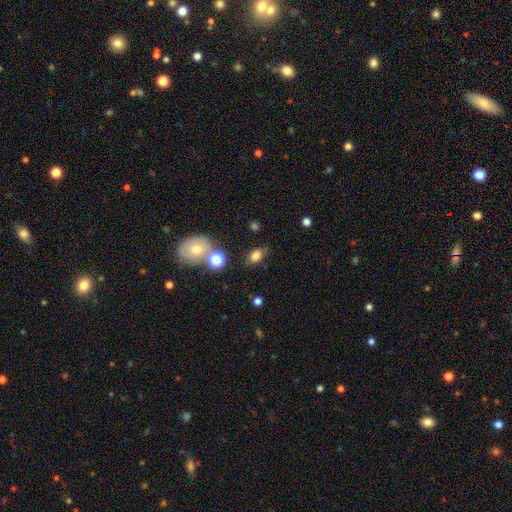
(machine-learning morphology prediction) The model was most divided on "merging": none: 65%, minor disturbance: 19%, merger: 9%, major disturbance: 7%. More confident: smooth or featured — smooth (79%); how rounded — in between (76%).